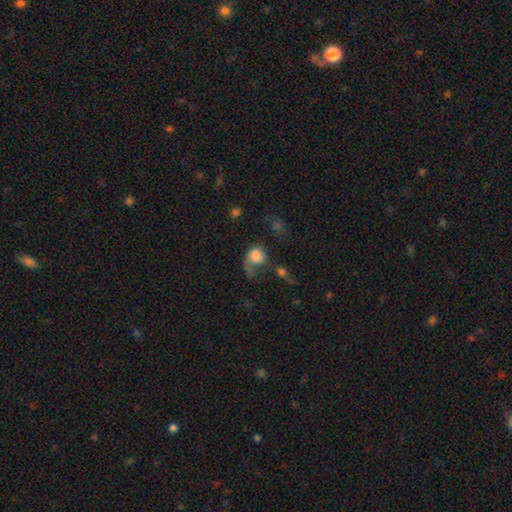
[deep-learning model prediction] A smooth galaxy with no disk features (64%) that is round (65%). Merging: major disturbance (49%).